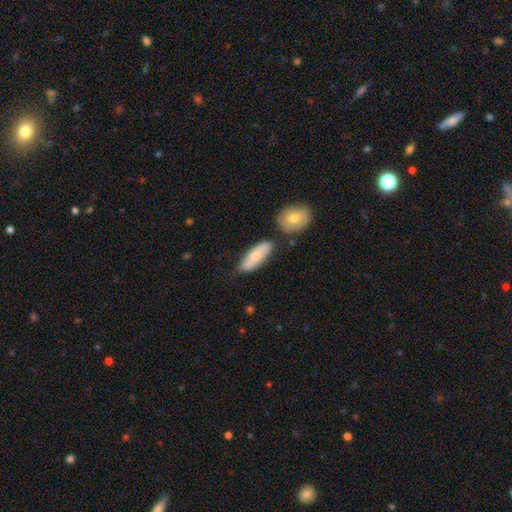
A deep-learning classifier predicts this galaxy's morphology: Smooth or featured: smooth — 68% (featured or disk — 26%)
How rounded: in between — 67% (cigar-shaped — 30%)
Merging: none — 65% (minor disturbance — 18%)